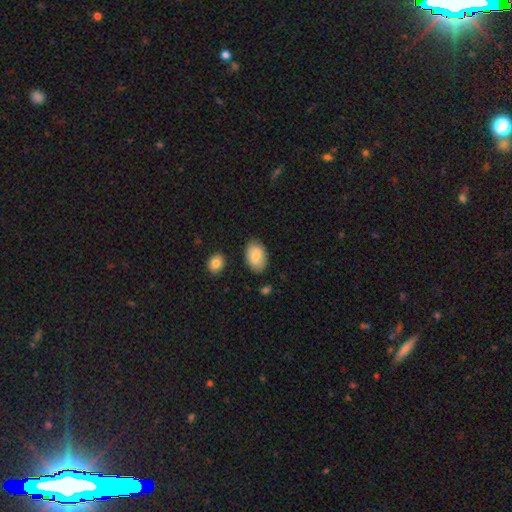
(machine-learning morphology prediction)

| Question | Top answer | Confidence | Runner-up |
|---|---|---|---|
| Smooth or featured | smooth | 85% | featured or disk (8%) |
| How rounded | in between | 90% | round (9%) |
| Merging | none | 79% | minor disturbance (15%) |